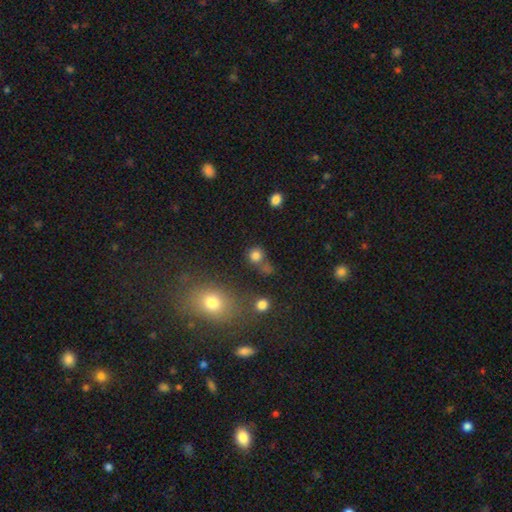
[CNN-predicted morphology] Overall: smooth (78%). How rounded: round (86%). Merging: none (61%).